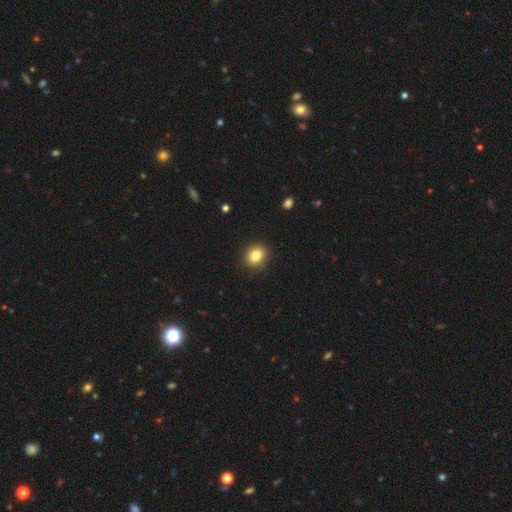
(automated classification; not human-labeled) The model was most divided on "how rounded": round: 76%, in between: 23%, cigar-shaped: 1%. More confident: merging — none (91%); smooth or featured — smooth (83%).